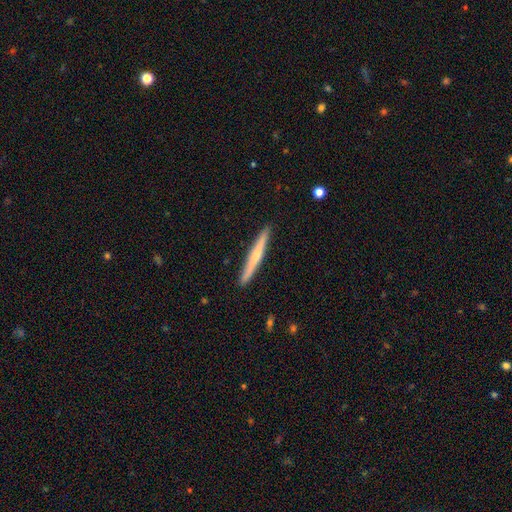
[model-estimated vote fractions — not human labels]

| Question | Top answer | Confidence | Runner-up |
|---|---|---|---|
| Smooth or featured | smooth | 49% | featured or disk (46%) |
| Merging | none | 92% | minor disturbance (6%) |